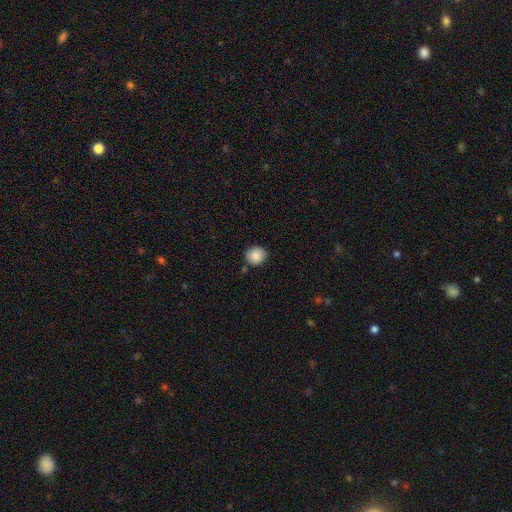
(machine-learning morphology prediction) smooth 87%, star or artifact 8%, featured or disk 5%. Down the decision tree: how rounded — round (85%); merging — none (84%).